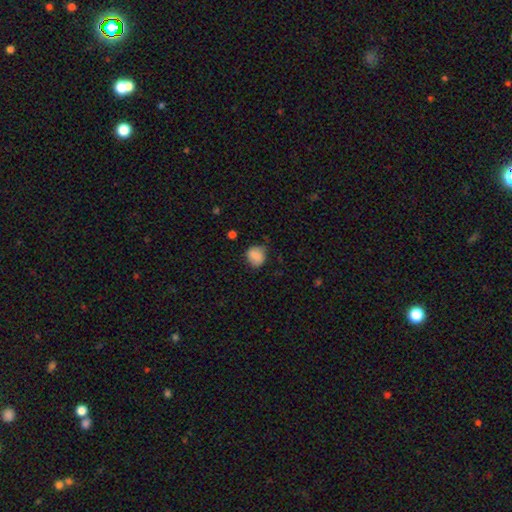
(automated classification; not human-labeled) Q: Smooth or featured?
A: smooth (83%); runner-up: featured or disk (9%)
Q: How rounded?
A: round (74%); runner-up: in between (25%)
Q: Merging?
A: none (66%); runner-up: minor disturbance (26%)